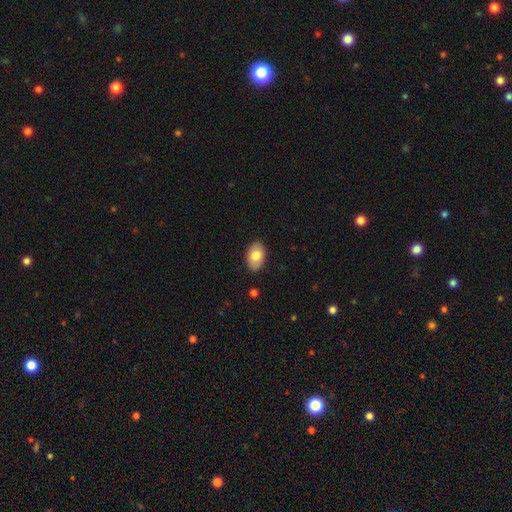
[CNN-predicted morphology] This appears to be a smooth galaxy with no disk features (80%) that is in between round and cigar-shaped (89%). Merging: none (87%).